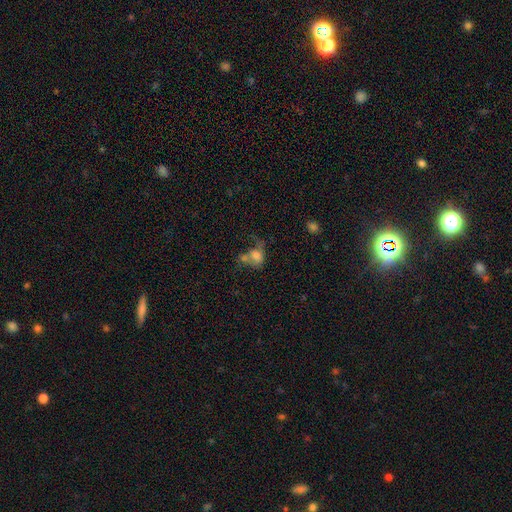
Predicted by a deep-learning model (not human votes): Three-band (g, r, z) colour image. It shows a smooth galaxy with no disk features (60%) that is in between round and cigar-shaped (65%). Merging: merger (41%).